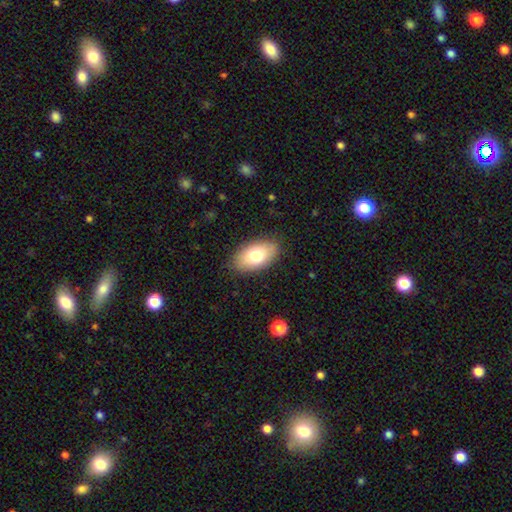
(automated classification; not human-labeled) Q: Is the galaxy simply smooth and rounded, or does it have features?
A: smooth — 74%.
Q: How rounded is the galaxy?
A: in between — 93%.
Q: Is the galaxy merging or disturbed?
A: none — 84%.